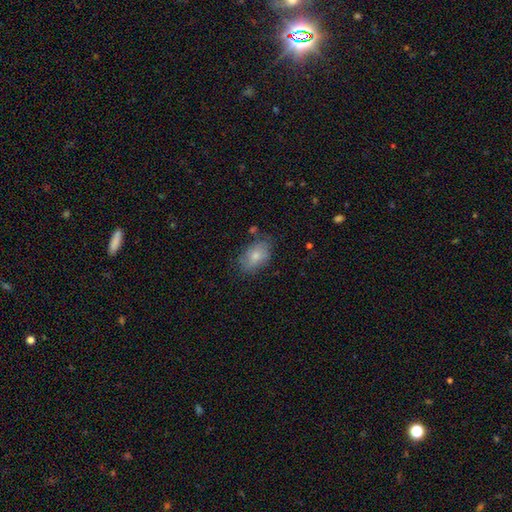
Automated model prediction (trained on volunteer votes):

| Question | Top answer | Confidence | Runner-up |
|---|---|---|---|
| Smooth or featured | smooth | 72% | featured or disk (20%) |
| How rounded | in between | 89% | round (9%) |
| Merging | none | 67% | minor disturbance (24%) |